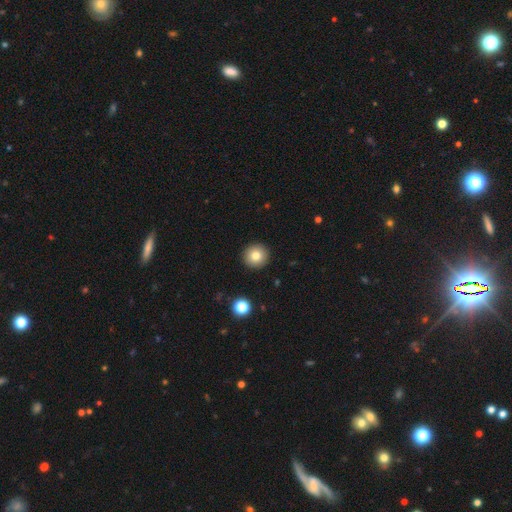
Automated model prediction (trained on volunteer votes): smooth 80%, star or artifact 11%, featured or disk 9%. Down the decision tree: how rounded — round (95%); merging — none (93%).